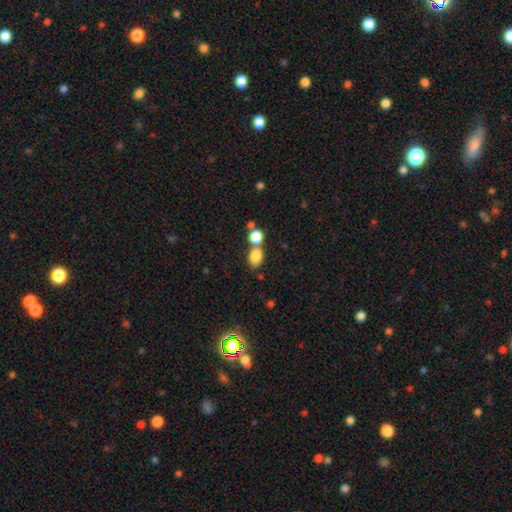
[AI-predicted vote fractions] The model was most divided on "merging": none: 47%, merger: 38%, minor disturbance: 11%, major disturbance: 4%. More confident: smooth or featured — smooth (82%); how rounded — in between (68%).